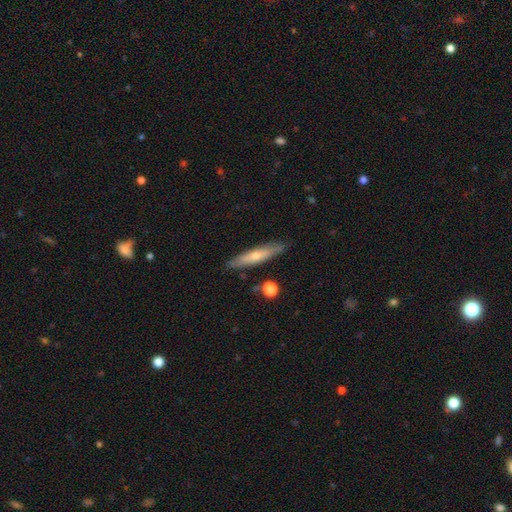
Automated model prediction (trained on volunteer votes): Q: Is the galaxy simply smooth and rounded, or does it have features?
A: featured or disk — 49%.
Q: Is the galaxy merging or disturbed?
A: none — 86%.